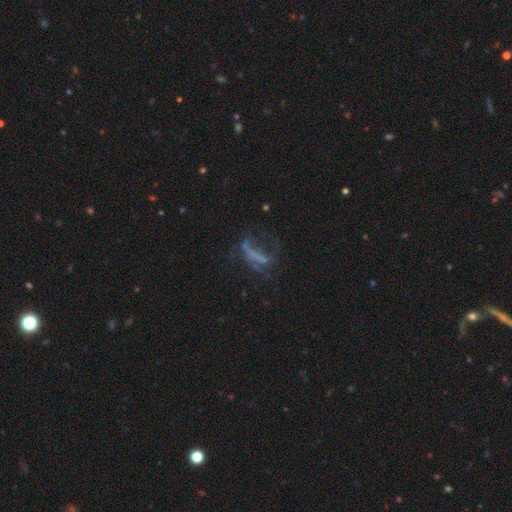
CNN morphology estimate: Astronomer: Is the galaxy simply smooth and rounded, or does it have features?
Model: featured or disk — 48% (runner-up: smooth, 29%).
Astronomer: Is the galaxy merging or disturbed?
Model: major disturbance — 44% (runner-up: none, 34%).